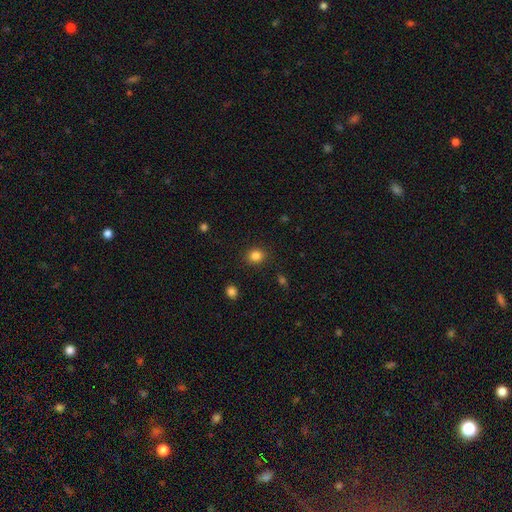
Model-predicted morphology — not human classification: smooth 84%, star or artifact 12%, featured or disk 5%. Down the decision tree: how rounded — round (71%); merging — none (88%).